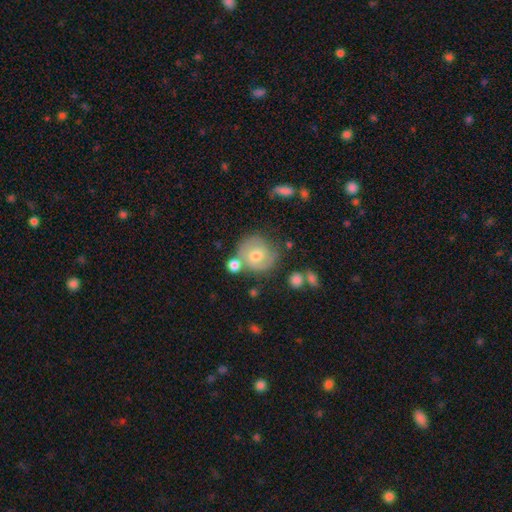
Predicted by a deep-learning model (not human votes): A featured or disk galaxy (57%) with no bar (62%), spiral arms (83%) and a moderate central bulge (65%).

Vote fractions:
- Smooth or featured? featured or disk: 57% / smooth: 35% / star or artifact: 8%
- Edge-on disk? no: 97% / yes: 3%
- Bar? no: 62% / weak: 32% / strong: 6%
- Spiral arms? yes: 83% / no: 17%
- Bulge size? moderate: 65% / small: 26% / large: 5% / none: 2% / dominant: 1%
- Merging? none: 61% / minor disturbance: 18% / merger: 14% / major disturbance: 7%